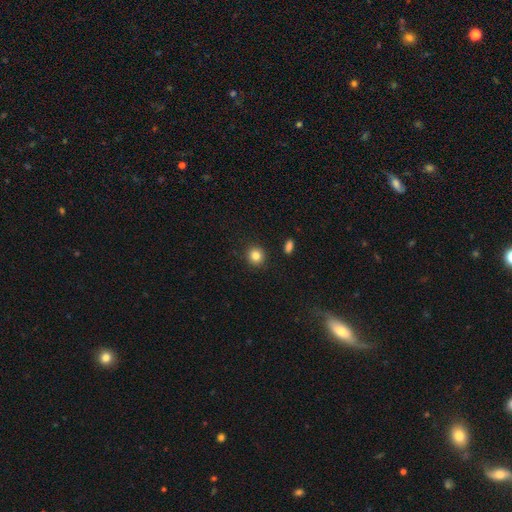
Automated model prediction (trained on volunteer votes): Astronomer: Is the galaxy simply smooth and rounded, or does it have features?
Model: smooth — 84%.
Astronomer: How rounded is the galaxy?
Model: round — 89%.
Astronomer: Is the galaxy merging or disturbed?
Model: none — 90%.